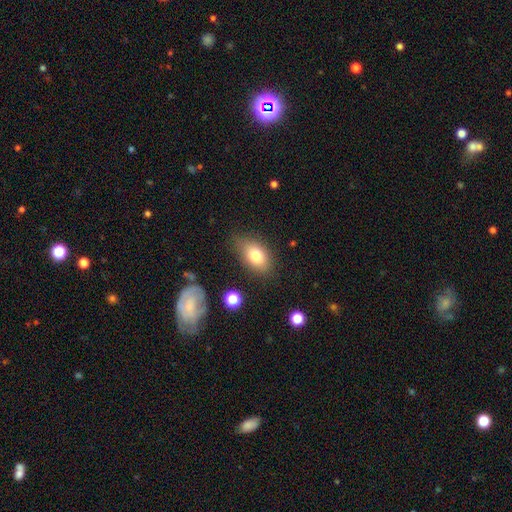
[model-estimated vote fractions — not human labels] This appears to be a smooth galaxy with no disk features (77%) that is in between round and cigar-shaped (86%). Merging: none (75%).